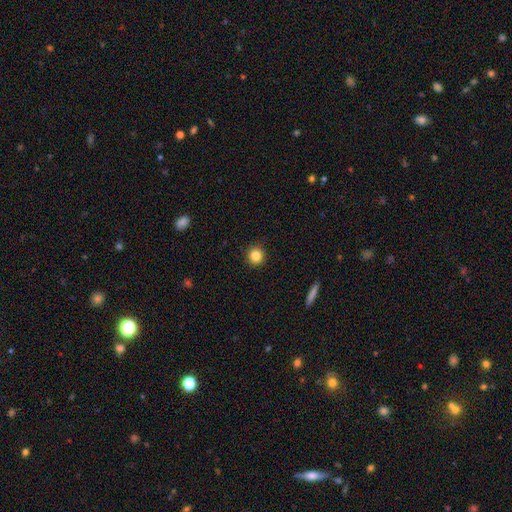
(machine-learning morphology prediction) This appears to be a smooth galaxy with no disk features (84%) that is round (94%). Merging: none (92%).